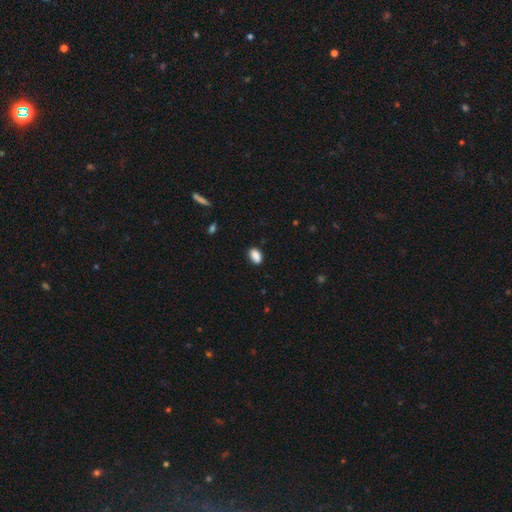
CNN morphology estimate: The model was most divided on "merging": none: 84%, minor disturbance: 12%, major disturbance: 2%, merger: 2%. More confident: how rounded — in between (89%); smooth or featured — smooth (88%).